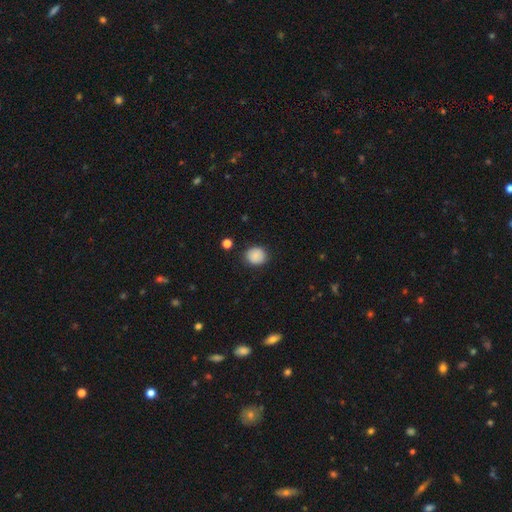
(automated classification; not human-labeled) smooth 87%, star or artifact 9%, featured or disk 4%. Down the decision tree: how rounded — round (76%); merging — none (85%).